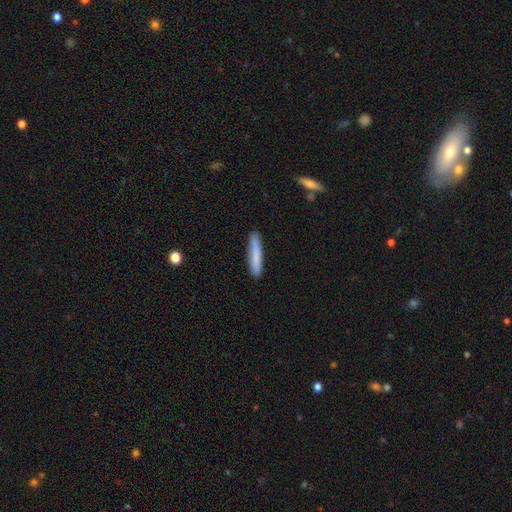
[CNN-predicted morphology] Overall: smooth (79%). How rounded: cigar-shaped (92%). Merging: none (87%).